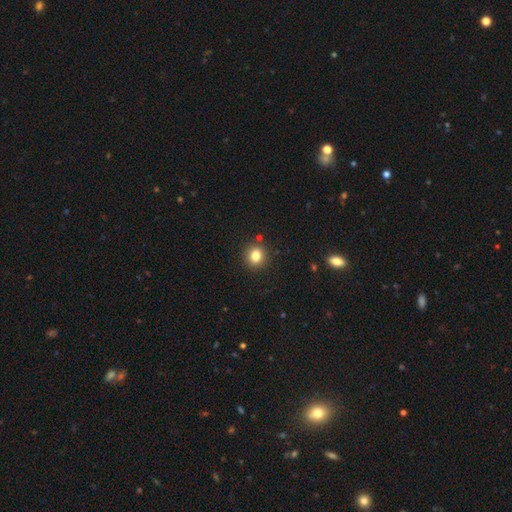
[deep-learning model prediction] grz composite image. It shows a smooth galaxy with no disk features (82%) that is round (81%). Merging: none (88%).